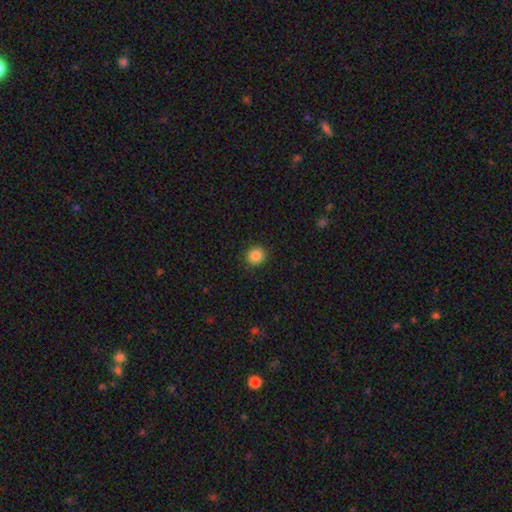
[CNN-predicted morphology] This is clearly a smooth galaxy (86%). How rounded: clearly round (90%). Merging: clearly none (92%).